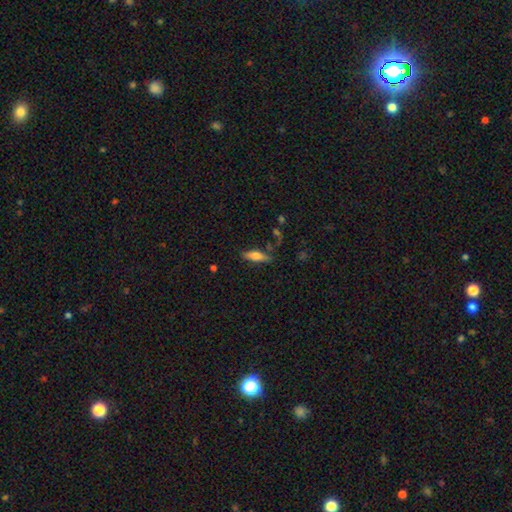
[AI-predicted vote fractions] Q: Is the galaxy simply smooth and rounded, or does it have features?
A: smooth — 60%.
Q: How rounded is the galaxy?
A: cigar-shaped — 53%.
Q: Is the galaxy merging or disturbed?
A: none — 77%.